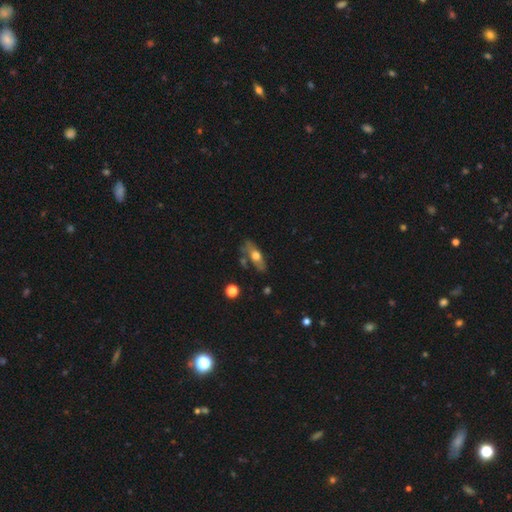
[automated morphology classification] Smooth or featured? smooth (52%)
How rounded? in between (67%)
Merging? none (62%)